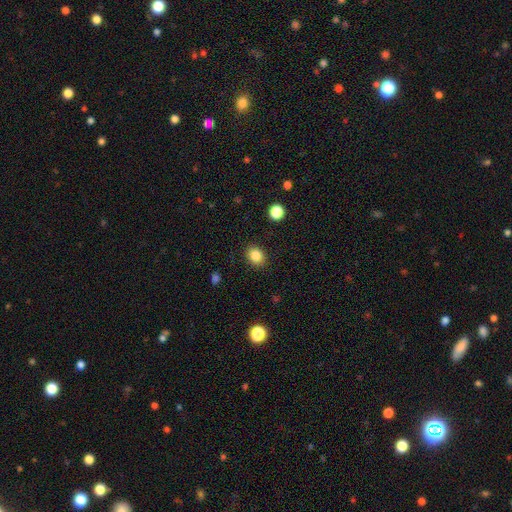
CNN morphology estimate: smooth 85%, star or artifact 10%, featured or disk 5%. Down the decision tree: how rounded — in between (51%); merging — none (88%).